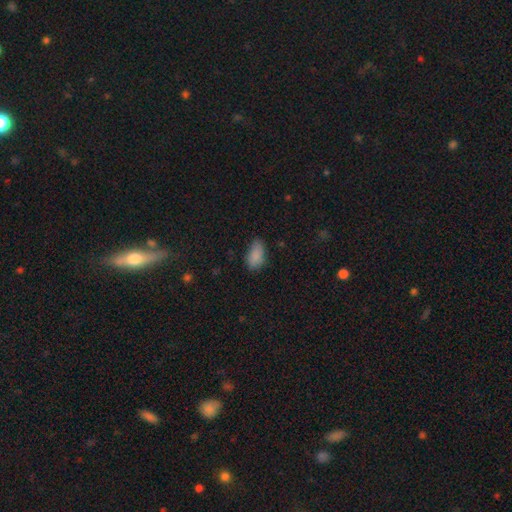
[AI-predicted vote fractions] smooth-or-featured: smooth: 87% | star or artifact: 8% | featured or disk: 5%
  how-rounded: in between: 93% | round: 4% | cigar-shaped: 3%
  merging: none: 72% | minor disturbance: 22% | major disturbance: 5% | merger: 1%